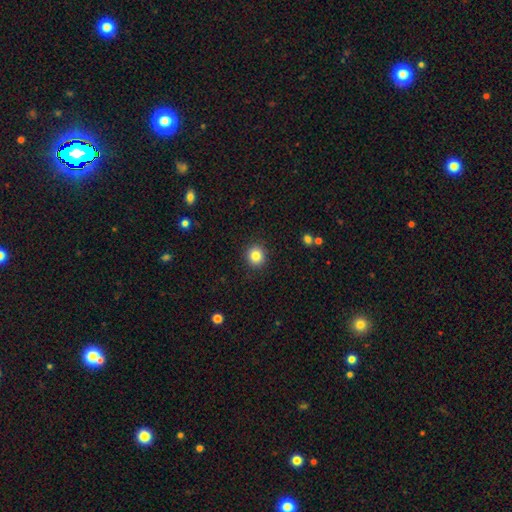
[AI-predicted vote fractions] A smooth galaxy with no disk features (84%) that is round (89%). Merging: none (91%).